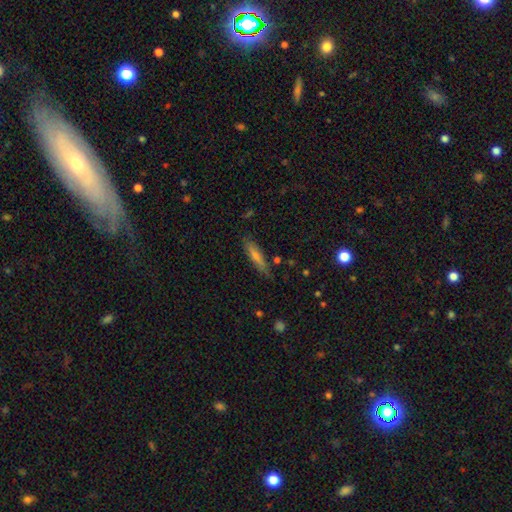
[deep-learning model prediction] Smooth or featured? smooth (57%)
How rounded? cigar-shaped (85%)
Merging? none (81%)